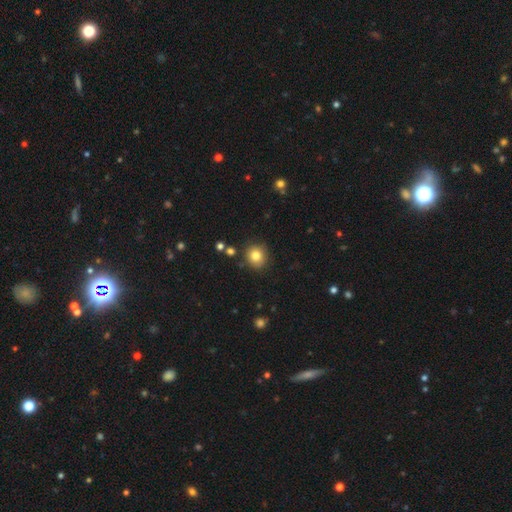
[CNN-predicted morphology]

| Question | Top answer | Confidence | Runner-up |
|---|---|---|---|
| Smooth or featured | smooth | 81% | star or artifact (11%) |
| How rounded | round | 86% | in between (13%) |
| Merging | none | 86% | minor disturbance (9%) |